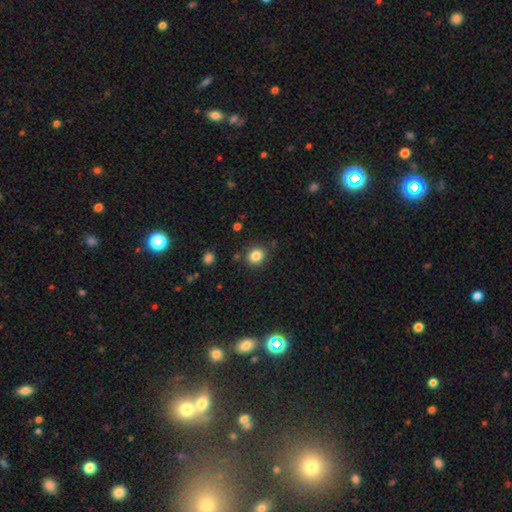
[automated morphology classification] Smooth or featured? Predicted: smooth (p=0.84). How rounded? Predicted: round (p=0.70). Merging? Predicted: none (p=0.85).